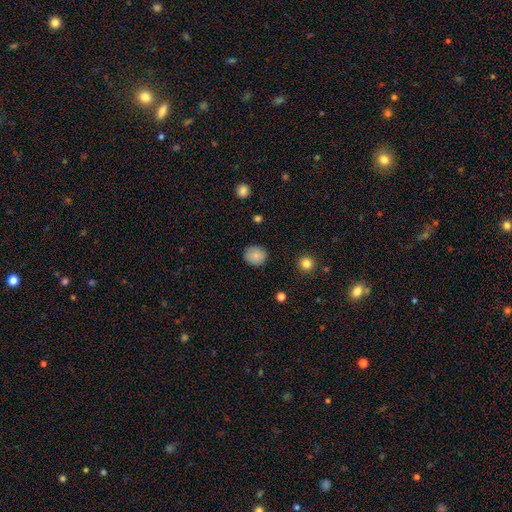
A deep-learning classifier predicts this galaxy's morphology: Smooth or featured? Predicted: smooth (p=0.85). How rounded? Predicted: round (p=0.79). Merging? Predicted: none (p=0.86).